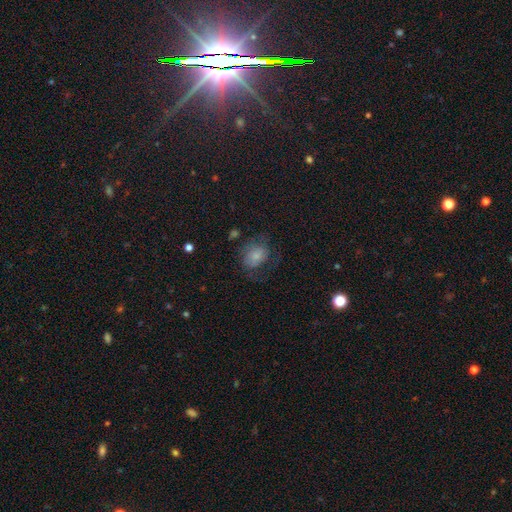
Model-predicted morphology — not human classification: smooth-or-featured: smooth: 64% | featured or disk: 26% | star or artifact: 10%
  how-rounded: in between: 57% | round: 42% | cigar-shaped: 1%
  merging: none: 46% | major disturbance: 28% | minor disturbance: 24% | merger: 2%